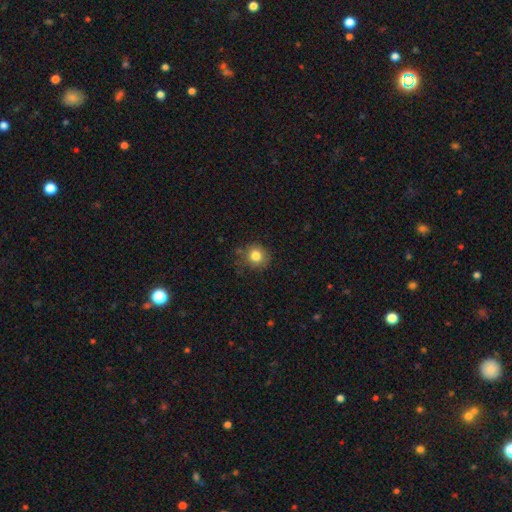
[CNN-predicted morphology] This is clearly a smooth galaxy (82%). How rounded: clearly round (88%). Merging: likely none (79%).